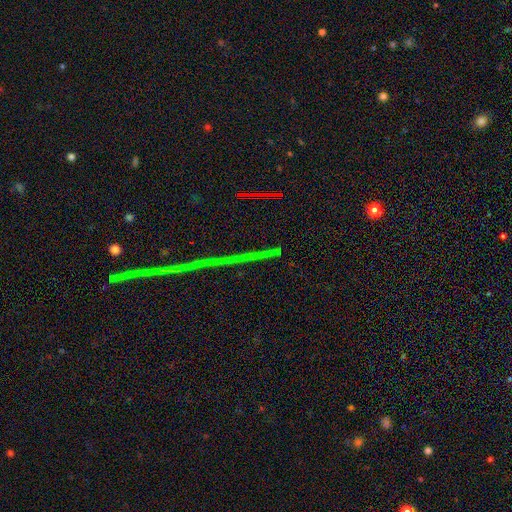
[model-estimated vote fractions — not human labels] smooth-or-featured: star or artifact: 84% | featured or disk: 9% | smooth: 7%